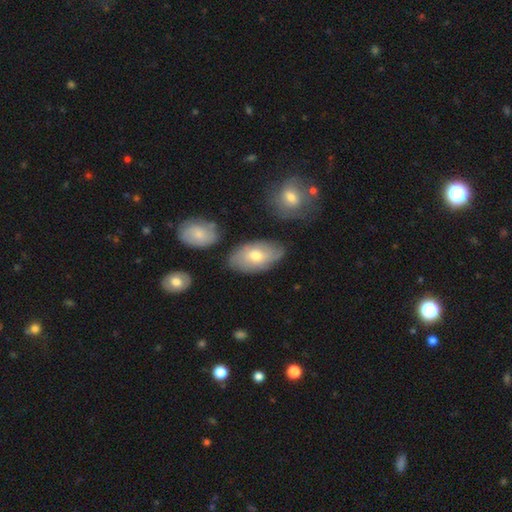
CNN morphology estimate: Smooth or featured? Predicted: smooth (p=0.55). How rounded? Predicted: in between (p=0.92). Merging? Predicted: none (p=0.72).